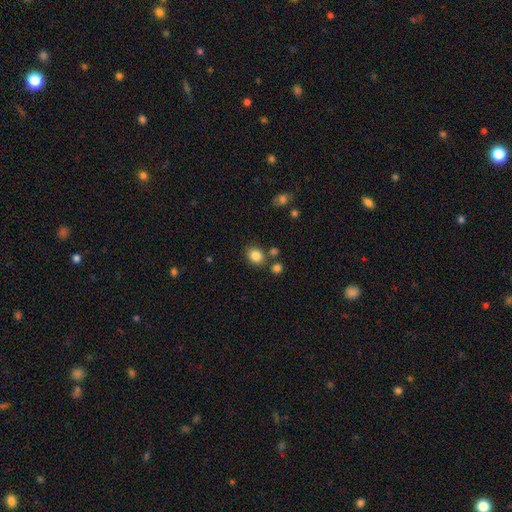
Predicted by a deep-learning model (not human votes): This appears to be a smooth galaxy with no disk features (84%) that is round (63%). Merging: none (75%).